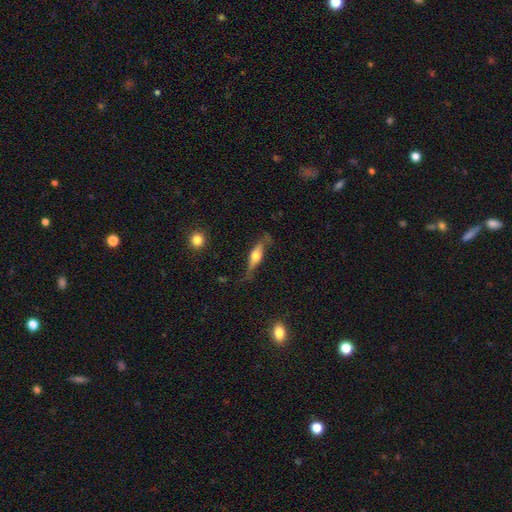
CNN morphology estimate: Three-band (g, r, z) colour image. It shows a featured or disk galaxy (53%) viewed edge-on (83%). Merging: none (60%).